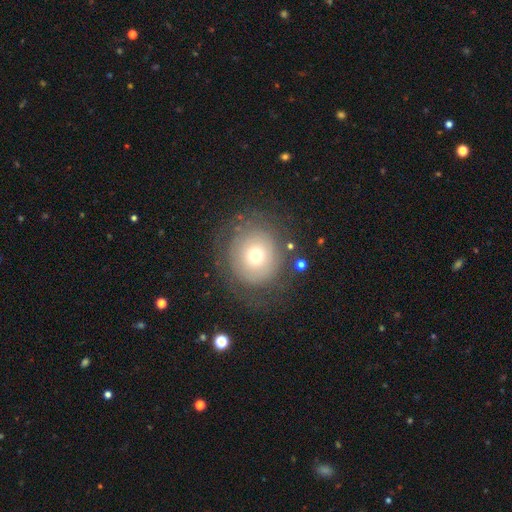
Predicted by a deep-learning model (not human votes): A smooth galaxy with no disk features (58%) that is round (90%). Merging: none (71%).